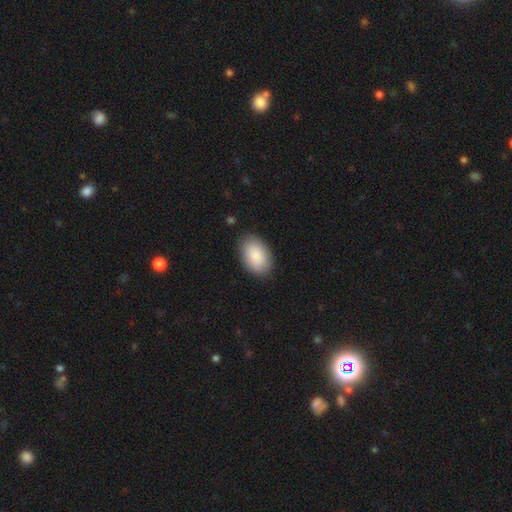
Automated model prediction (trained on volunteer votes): This appears to be a smooth galaxy with no disk features (88%) that is in between round and cigar-shaped (92%). Merging: none (86%).